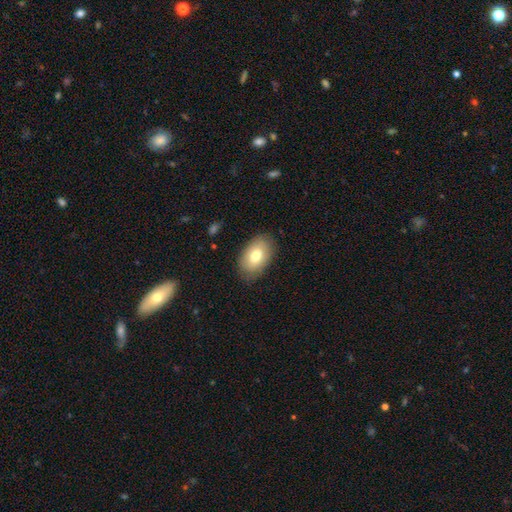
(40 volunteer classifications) Overall: smooth (78%). How rounded: in between (90%). Merging: none (82%).